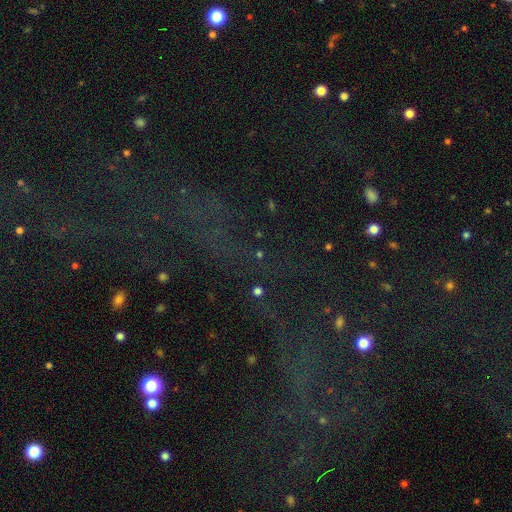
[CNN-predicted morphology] A star or artifact, not a galaxy (71%).

Vote fractions:
- Smooth or featured? star or artifact: 71% / smooth: 17% / featured or disk: 12%